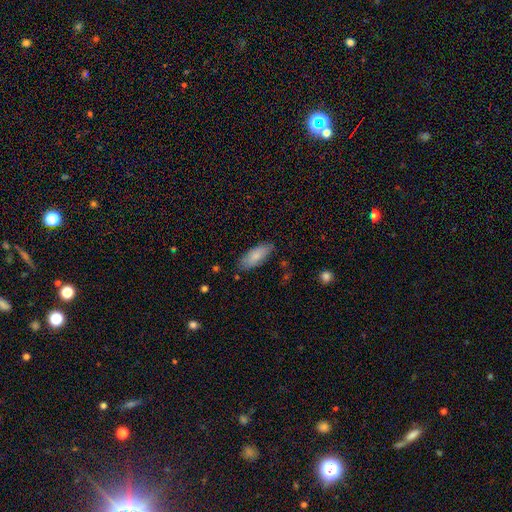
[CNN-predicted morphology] Smooth or featured? smooth (82%)
How rounded? in between (81%)
Merging? none (79%)